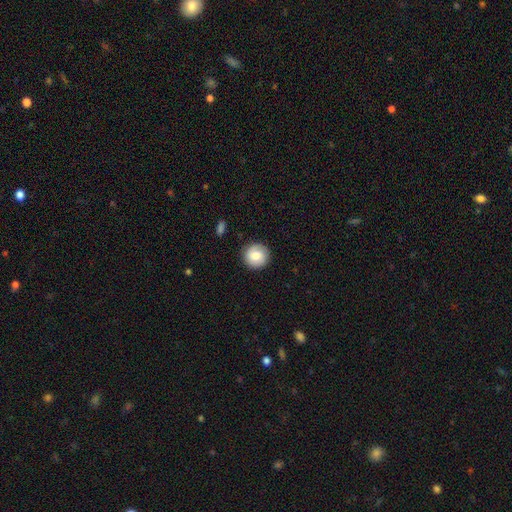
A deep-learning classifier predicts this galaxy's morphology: Smooth or featured? smooth (75%)
How rounded? round (94%)
Merging? none (88%)